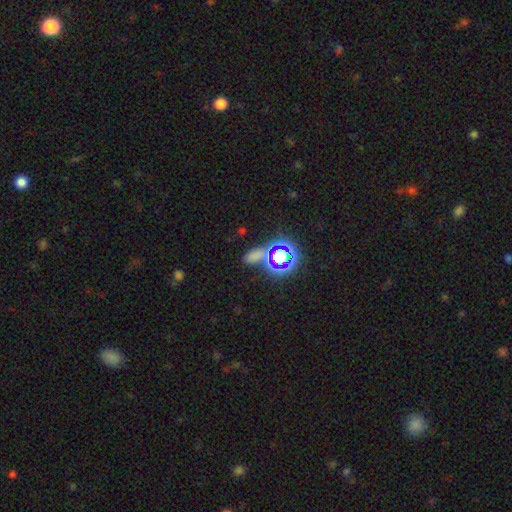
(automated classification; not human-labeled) smooth_or_featured: star or artifact (p=0.46) [alt: smooth p=0.42]